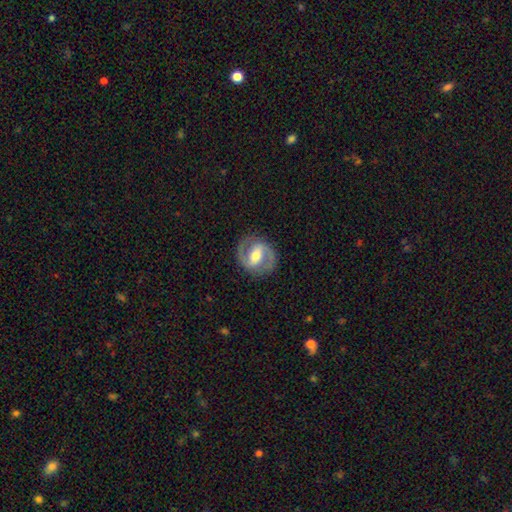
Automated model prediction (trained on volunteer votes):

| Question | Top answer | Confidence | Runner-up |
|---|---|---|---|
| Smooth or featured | featured or disk | 84% | smooth (12%) |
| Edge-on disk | no | 97% | yes (3%) |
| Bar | strong | 47% | weak (40%) |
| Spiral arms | yes | 91% | no (9%) |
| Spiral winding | medium | 54% | tight (31%) |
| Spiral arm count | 2 | 92% | can't tell (3%) |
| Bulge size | moderate | 67% | small (21%) |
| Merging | none | 86% | minor disturbance (9%) |